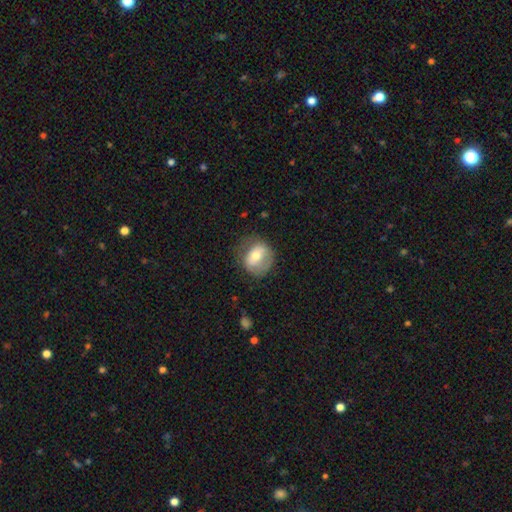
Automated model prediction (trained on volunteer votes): Smooth or featured? Predicted: smooth (p=0.55). How rounded? Predicted: round (p=0.63). Merging? Predicted: none (p=0.63).